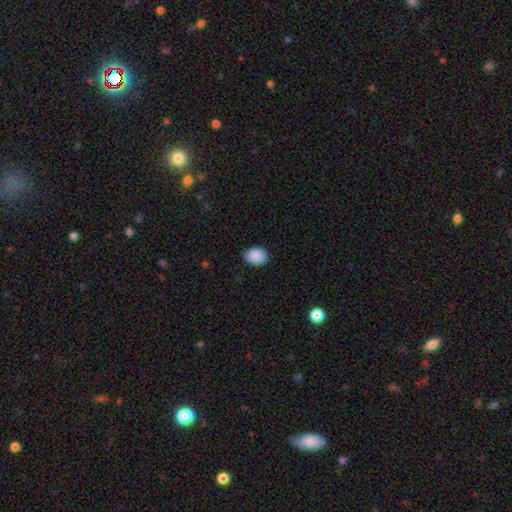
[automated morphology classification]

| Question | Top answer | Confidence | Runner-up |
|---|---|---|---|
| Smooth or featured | smooth | 90% | star or artifact (7%) |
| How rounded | in between | 60% | round (39%) |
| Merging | none | 81% | minor disturbance (15%) |